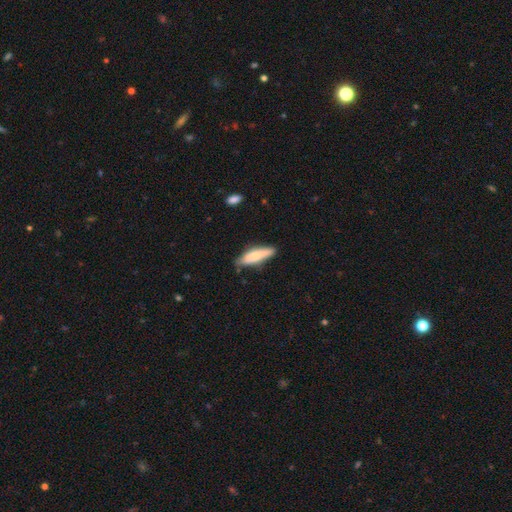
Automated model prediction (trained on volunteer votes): smooth 73%, featured or disk 21%, star or artifact 6%. Down the decision tree: how rounded — cigar-shaped (59%); merging — none (70%).